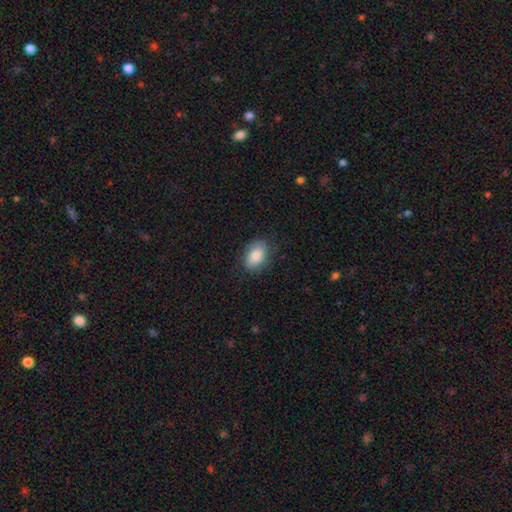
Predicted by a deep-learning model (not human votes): Smooth or featured?
  - smooth: 84% *
  - featured or disk: 9%
  - star or artifact: 7%
How rounded?
  - in between: 87% *
  - round: 11%
  - cigar-shaped: 1%
Merging?
  - none: 79% *
  - minor disturbance: 16%
  - major disturbance: 4%
  - merger: 1%